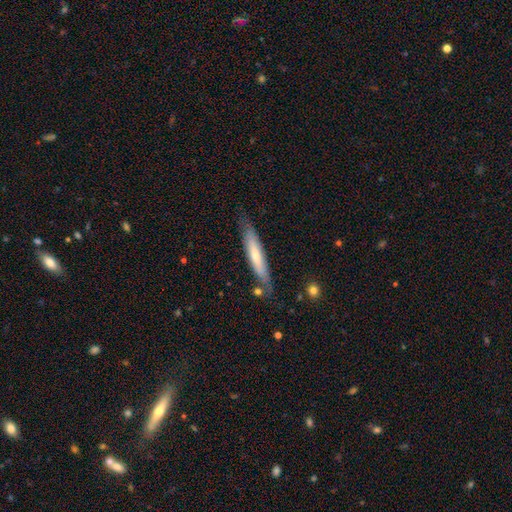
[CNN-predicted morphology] A smooth galaxy with no disk features (56%) that is cigar-shaped (88%).

Vote fractions:
- Smooth or featured? smooth: 56% / featured or disk: 39% / star or artifact: 6%
- How rounded? cigar-shaped: 88% / in between: 11% / round: 1%
- Merging? none: 75% / minor disturbance: 17% / major disturbance: 4% / merger: 3%